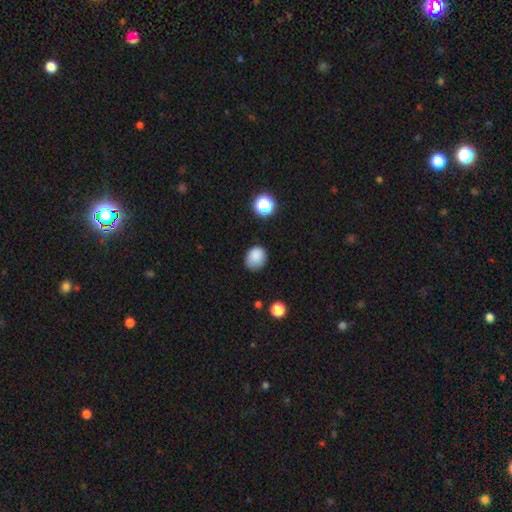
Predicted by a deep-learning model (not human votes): The model was most divided on "how rounded": round: 57%, in between: 42%, cigar-shaped: 1%. More confident: smooth or featured — smooth (84%); merging — none (70%).